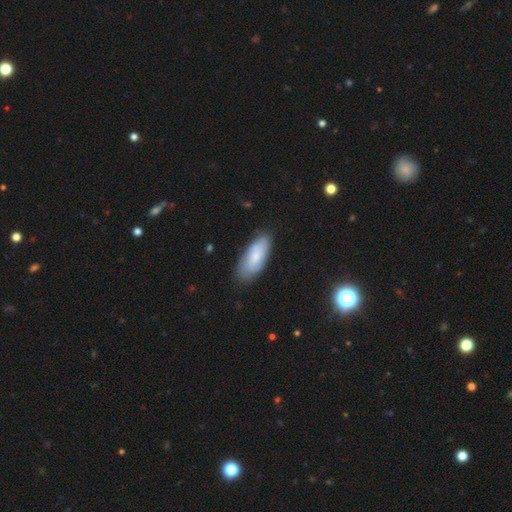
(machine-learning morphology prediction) This appears to be a smooth galaxy with no disk features (70%) that is in between round and cigar-shaped (83%). Merging: none (75%).